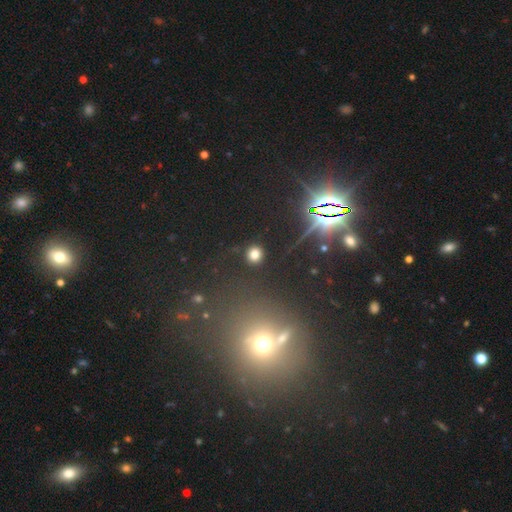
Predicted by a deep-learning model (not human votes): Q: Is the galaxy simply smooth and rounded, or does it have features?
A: smooth — 79%.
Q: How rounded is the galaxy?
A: round — 88%.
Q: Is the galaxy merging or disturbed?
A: none — 89%.